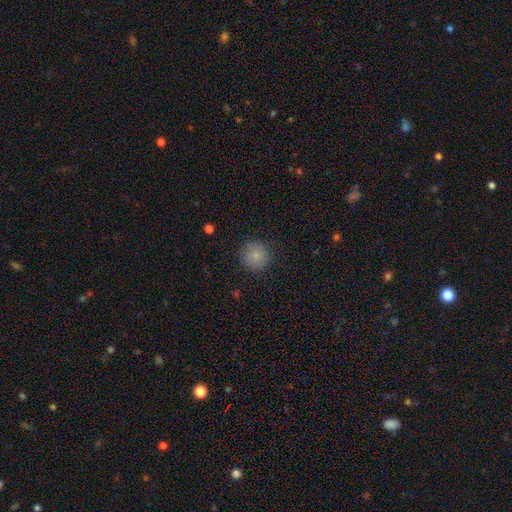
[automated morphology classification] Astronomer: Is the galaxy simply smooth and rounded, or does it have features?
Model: smooth — 83%.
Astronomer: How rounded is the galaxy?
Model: round — 94%.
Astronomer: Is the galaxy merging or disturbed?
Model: none — 86%.